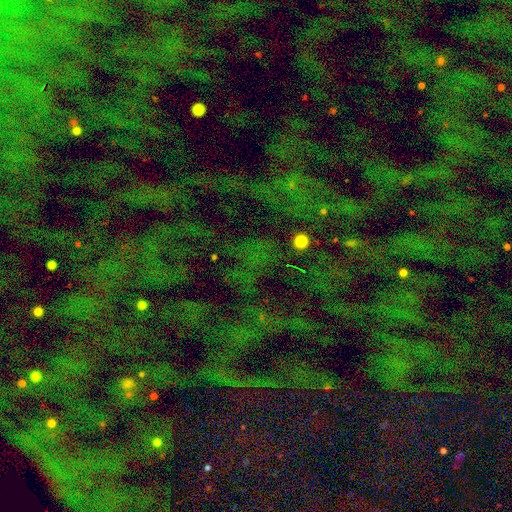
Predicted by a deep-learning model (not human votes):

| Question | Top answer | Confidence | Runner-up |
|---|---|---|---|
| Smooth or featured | star or artifact | 73% | smooth (16%) |